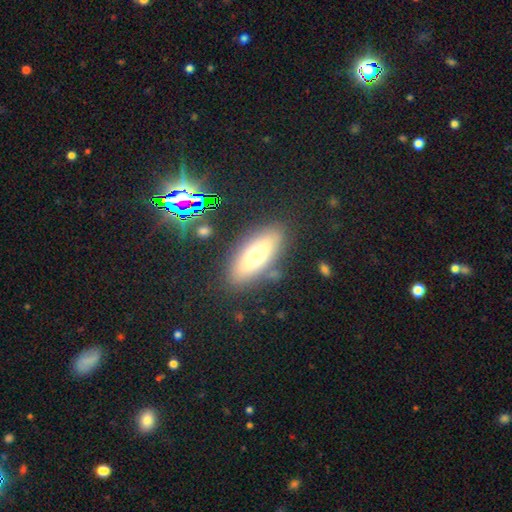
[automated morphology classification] Smooth or featured: smooth — 63% (featured or disk — 26%)
How rounded: in between — 70% (cigar-shaped — 27%)
Merging: none — 82% (minor disturbance — 11%)